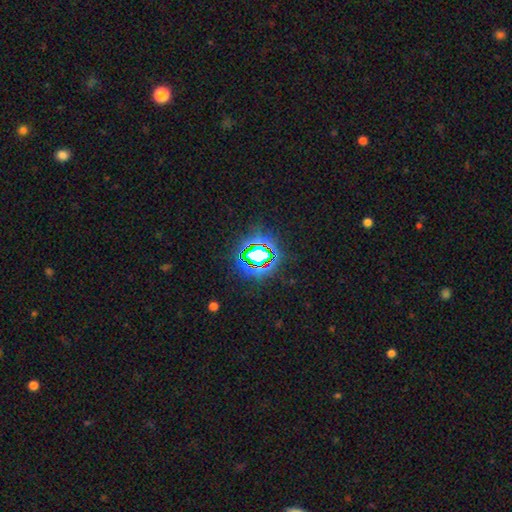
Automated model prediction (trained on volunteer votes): Smooth or featured?
  - star or artifact: 73% *
  - smooth: 16%
  - featured or disk: 10%